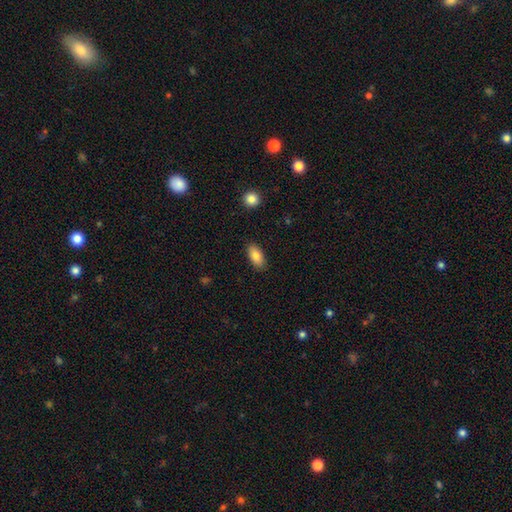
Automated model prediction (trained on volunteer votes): The model was most divided on "smooth or featured": smooth: 84%, featured or disk: 9%, star or artifact: 7%. More confident: how rounded — in between (91%); merging — none (87%).